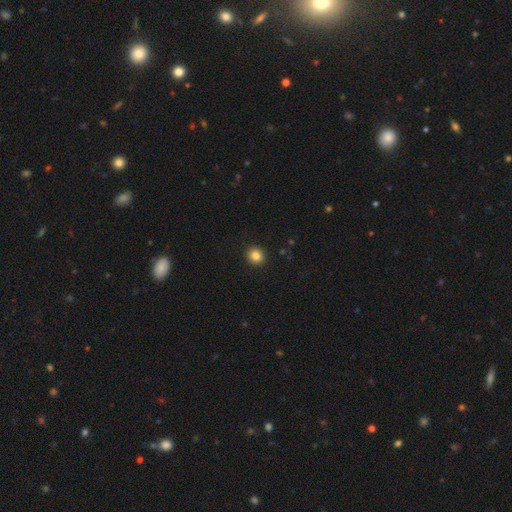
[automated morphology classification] Q: Smooth or featured?
A: smooth (85%); runner-up: star or artifact (10%)
Q: How rounded?
A: round (87%); runner-up: in between (12%)
Q: Merging?
A: none (93%); runner-up: minor disturbance (5%)